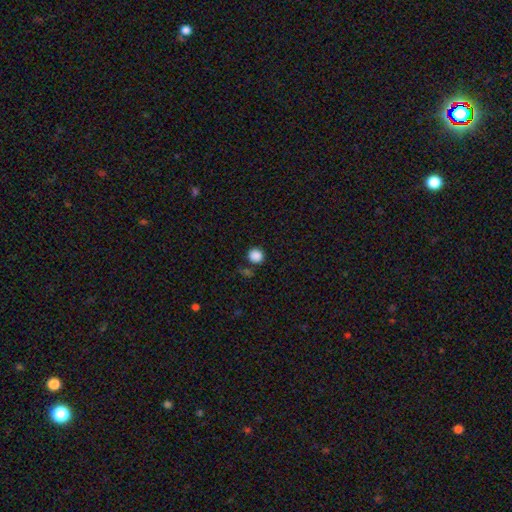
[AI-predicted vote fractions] Morphology: type=smooth (86%); roundness=round (89%); merging=none (81%).